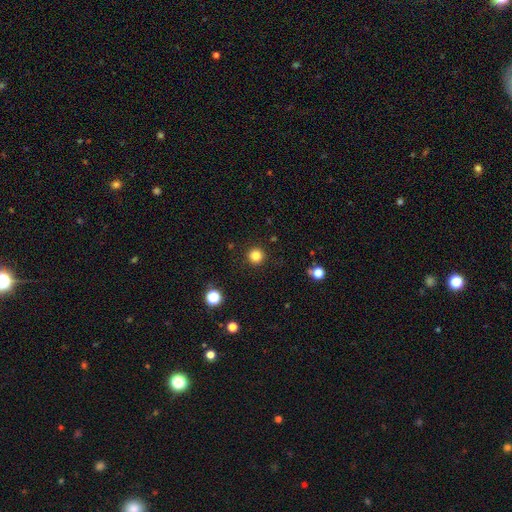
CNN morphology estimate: Smooth or featured? smooth (83%)
How rounded? round (96%)
Merging? none (92%)